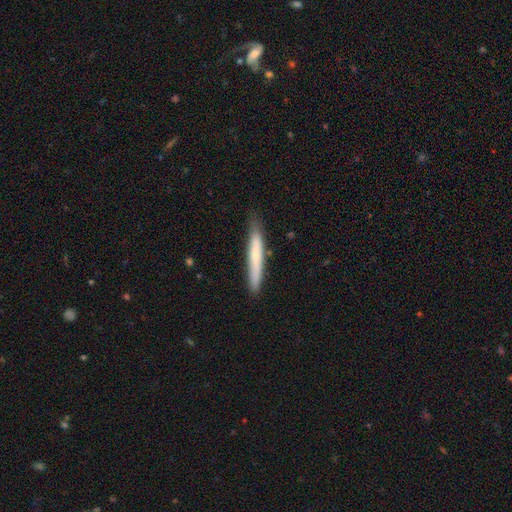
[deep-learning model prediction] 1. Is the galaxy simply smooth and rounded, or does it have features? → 68% smooth, 27% featured or disk, 6% star or artifact.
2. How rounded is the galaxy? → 95% cigar-shaped, 3% in between, 1% round.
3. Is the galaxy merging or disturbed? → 81% none, 15% minor disturbance, 2% major disturbance, 2% merger.